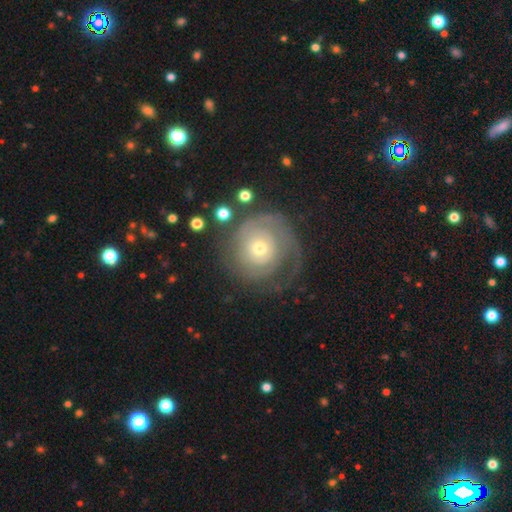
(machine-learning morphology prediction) featured or disk 62%, smooth 21%, star or artifact 17%. Down the decision tree: edge-on disk — no (96%); bar — no (81%); spiral arms — yes (84%); spiral arm count — can't tell (42%); spiral winding — tight (76%); bulge size — small (47%, tied with moderate); merging — none (76%).